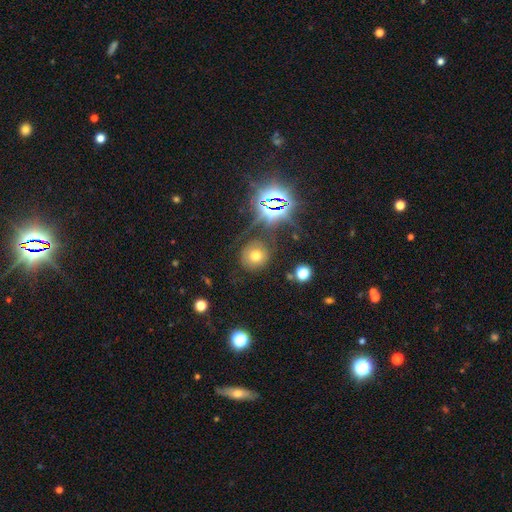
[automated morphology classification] Overall: smooth (60%; star or artifact 25%). How rounded: round (86%). Merging: none (79%).